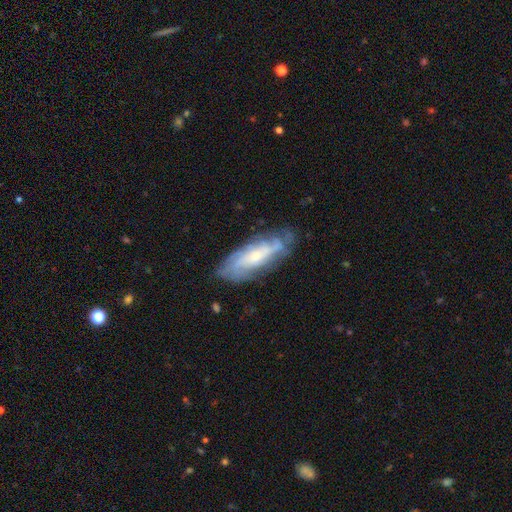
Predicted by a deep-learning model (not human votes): smooth_or_featured: featured or disk (p=0.67) [alt: smooth p=0.26]
disk_edge_on: no (p=0.79) [alt: yes p=0.21]
bar: no (p=0.63) [alt: weak p=0.29]
has_spiral_arms: yes (p=0.82) [alt: no p=0.18]
bulge_size: small (p=0.56) [alt: moderate p=0.32]
merging: none (p=0.71) [alt: minor disturbance p=0.20]